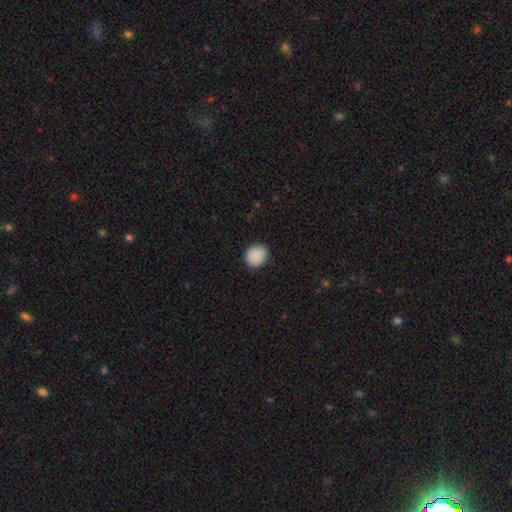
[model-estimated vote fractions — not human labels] Smooth or featured? smooth (89%)
How rounded? round (72%)
Merging? none (88%)